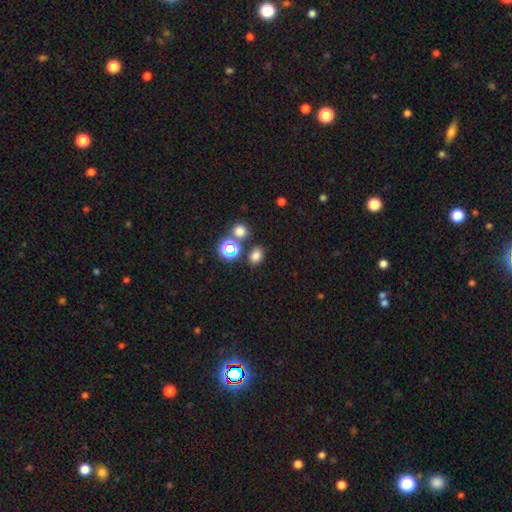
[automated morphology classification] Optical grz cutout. It shows a smooth galaxy with no disk features (74%) that is in between round and cigar-shaped (58%). Merging: none (78%).